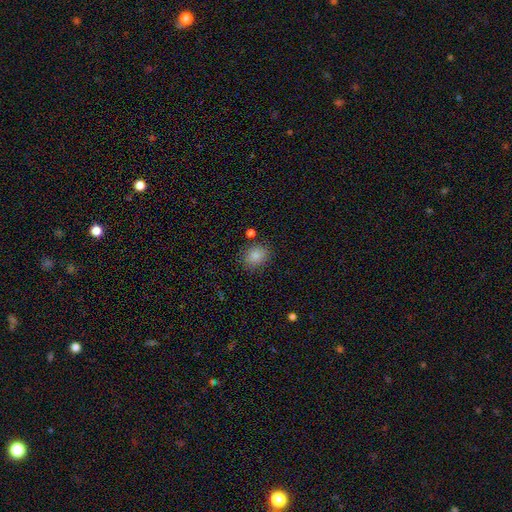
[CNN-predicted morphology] smooth_or_featured: smooth (p=0.86) [alt: star or artifact p=0.09]
how_rounded: round (p=0.56) [alt: in between p=0.43]
merging: none (p=0.83) [alt: minor disturbance p=0.11]